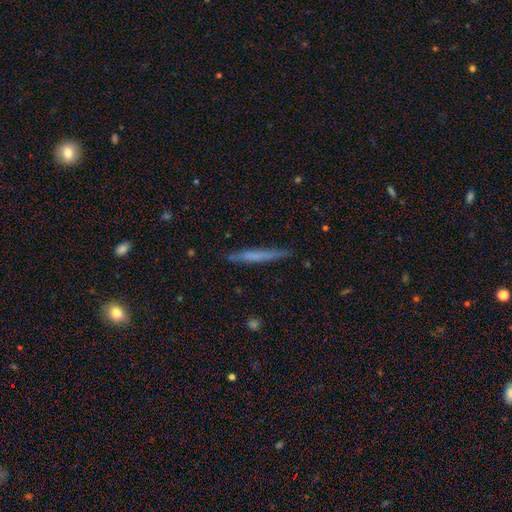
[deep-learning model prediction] This appears to be a smooth galaxy with no disk features (57%) that is cigar-shaped (96%). Merging: none (85%).